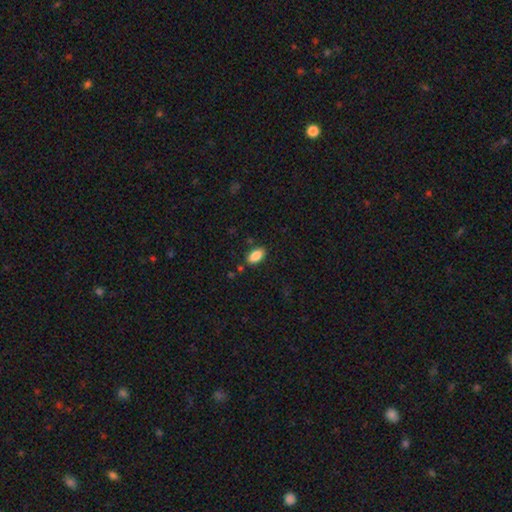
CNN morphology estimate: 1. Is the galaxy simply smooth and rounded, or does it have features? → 87% smooth, 8% star or artifact, 6% featured or disk.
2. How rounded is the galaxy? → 92% in between, 4% cigar-shaped, 3% round.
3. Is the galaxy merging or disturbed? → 85% none, 10% minor disturbance, 3% merger, 2% major disturbance.